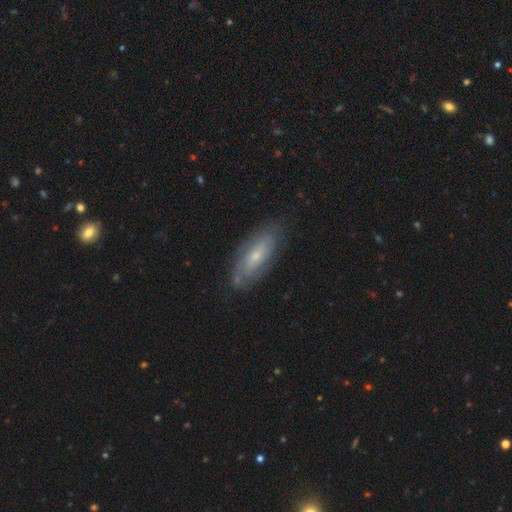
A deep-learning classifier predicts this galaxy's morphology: This appears to be a featured or disk galaxy (50%). Merging: none (78%).